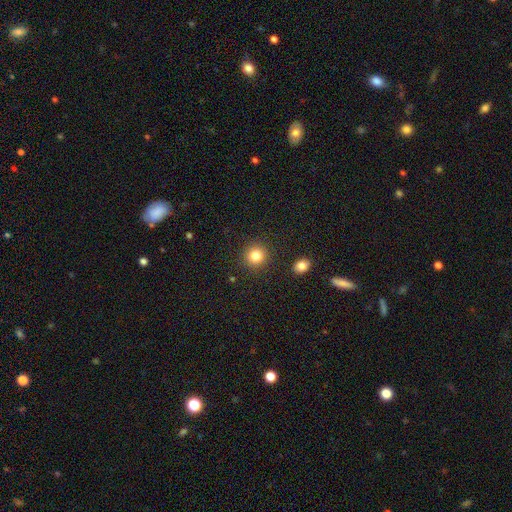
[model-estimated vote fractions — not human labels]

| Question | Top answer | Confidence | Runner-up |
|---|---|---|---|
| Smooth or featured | smooth | 83% | star or artifact (11%) |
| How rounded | round | 91% | in between (8%) |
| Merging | none | 89% | minor disturbance (6%) |